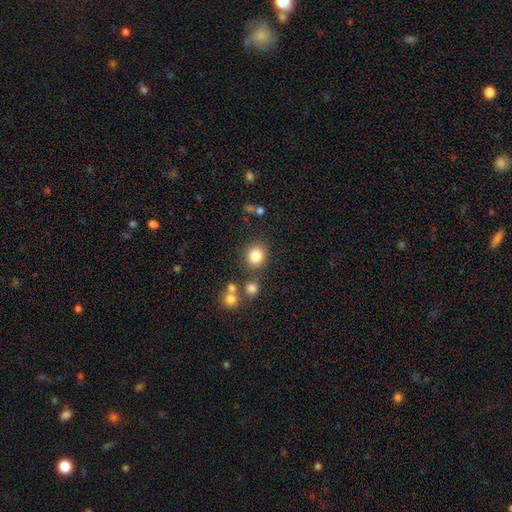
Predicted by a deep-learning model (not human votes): A smooth galaxy with no disk features (82%) that is round (83%).

Vote fractions:
- Smooth or featured? smooth: 82% / star or artifact: 12% / featured or disk: 7%
- How rounded? round: 83% / in between: 17% / cigar-shaped: 1%
- Merging? none: 80% / minor disturbance: 10% / merger: 7% / major disturbance: 4%